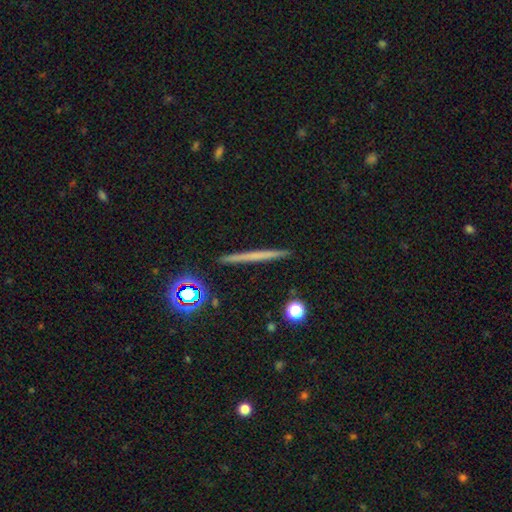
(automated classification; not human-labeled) A smooth galaxy with no disk features (47%). Merging: none (92%).